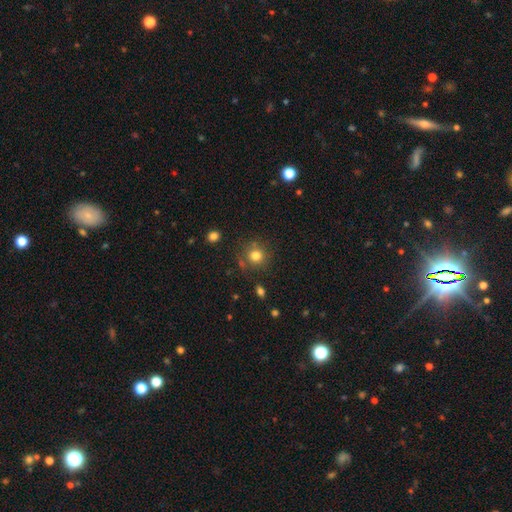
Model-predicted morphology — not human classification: type=smooth (80%); roundness=round (89%); merging=none (78%).